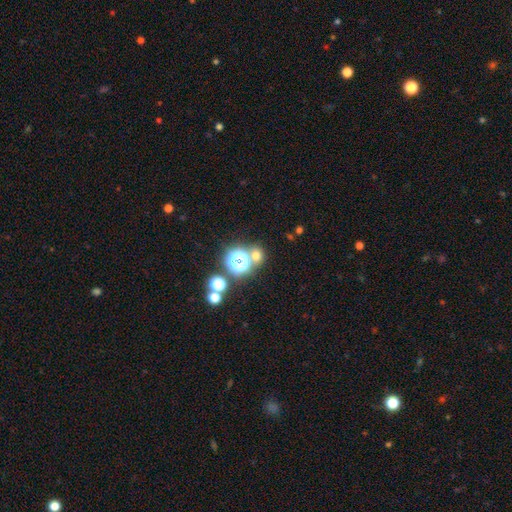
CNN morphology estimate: Smooth or featured?
  - smooth: 58% *
  - star or artifact: 33%
  - featured or disk: 8%
How rounded?
  - round: 80% *
  - in between: 19%
  - cigar-shaped: 1%
Merging?
  - none: 67% *
  - merger: 21%
  - minor disturbance: 8%
  - major disturbance: 4%